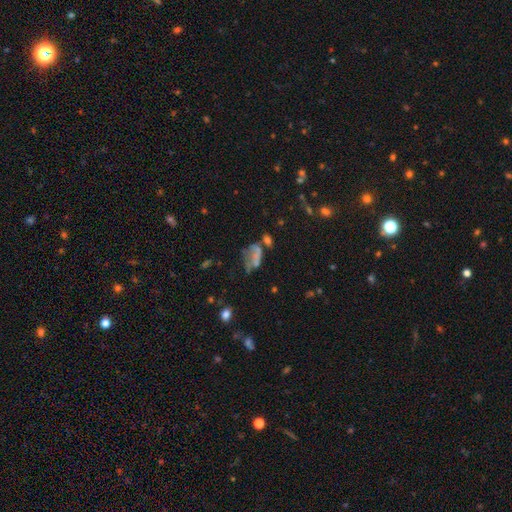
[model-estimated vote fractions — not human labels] Overall: smooth (47%; featured or disk 33%). Merging: major disturbance (36%; none 23%).